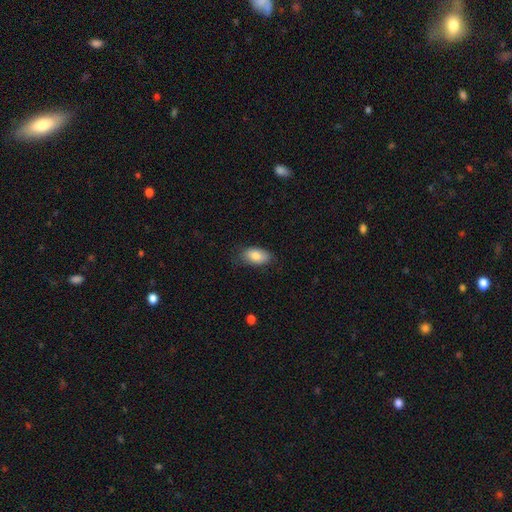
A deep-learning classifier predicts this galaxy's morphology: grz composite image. It shows a smooth galaxy with no disk features (83%) that is in between round and cigar-shaped (93%). Merging: none (77%).